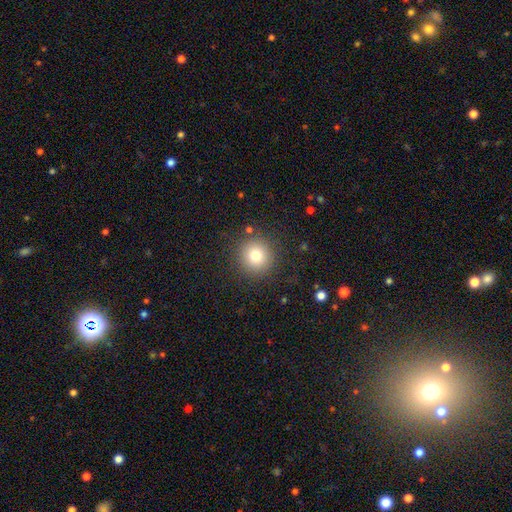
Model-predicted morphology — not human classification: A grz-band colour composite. It shows a smooth galaxy with no disk features (79%) that is round (93%). Merging: none (88%).